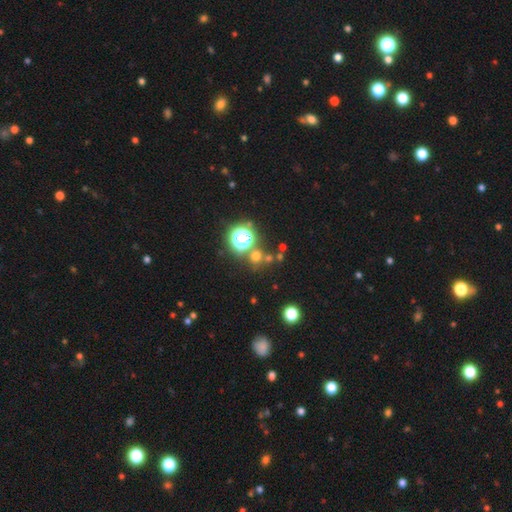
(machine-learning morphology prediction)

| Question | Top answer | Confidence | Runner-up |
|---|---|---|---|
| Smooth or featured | smooth | 56% | star or artifact (36%) |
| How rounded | round | 89% | in between (10%) |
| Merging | none | 70% | merger (18%) |